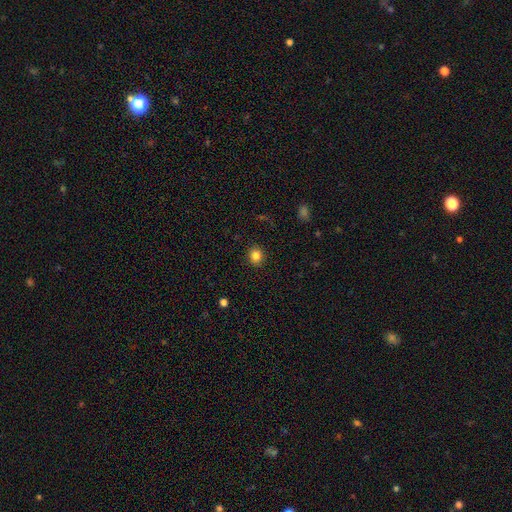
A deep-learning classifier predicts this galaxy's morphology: A smooth galaxy with no disk features (83%) that is round (77%). Merging: none (91%).